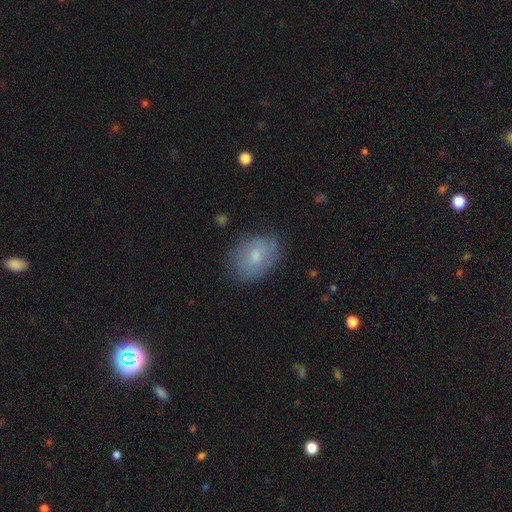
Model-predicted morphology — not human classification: smooth-or-featured: smooth: 65% | featured or disk: 27% | star or artifact: 9%
  how-rounded: in between: 71% | round: 28% | cigar-shaped: 1%
  merging: none: 71% | minor disturbance: 21% | major disturbance: 6% | merger: 1%